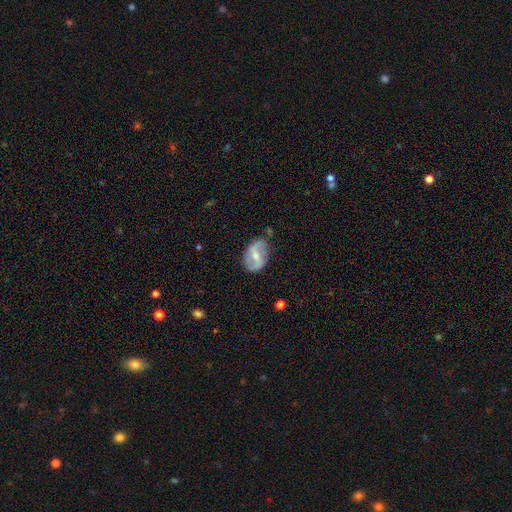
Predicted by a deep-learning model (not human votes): Smooth or featured?
  - featured or disk: 74% *
  - smooth: 20%
  - star or artifact: 6%
Edge-on disk?
  - no: 96% *
  - yes: 4%
Bar?
  - weak: 45% *
  - strong: 32%
  - no: 22%
Spiral arms?
  - yes: 86% *
  - no: 14%
Spiral winding?
  - loose: 55% *
  - medium: 33%
  - tight: 13%
Spiral arm count?
  - 2: 89% *
  - can't tell: 6%
  - 1: 3%
  - 3: 1%
  - 4: 1%
  - more than 4: 1%
Bulge size?
  - moderate: 51% *
  - small: 45%
  - none: 2%
  - large: 2%
  - dominant: 1%
Merging?
  - none: 71% *
  - minor disturbance: 21%
  - major disturbance: 6%
  - merger: 2%